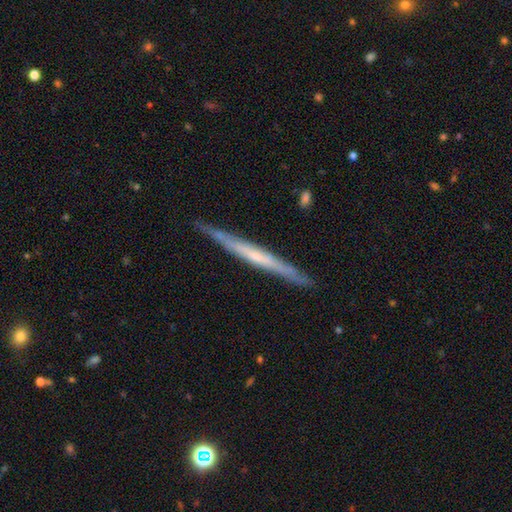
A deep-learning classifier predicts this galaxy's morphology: A featured or disk galaxy (64%) viewed edge-on (96%) with no central bulge (69%). Merging: none (86%).